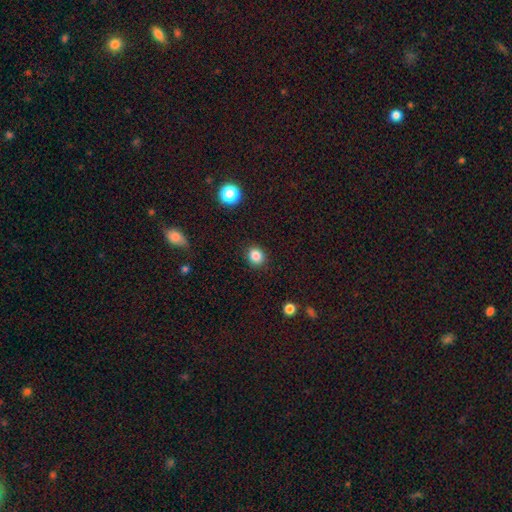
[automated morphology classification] Smooth or featured: smooth — 85% (star or artifact — 11%)
How rounded: round — 77% (in between — 22%)
Merging: none — 89% (minor disturbance — 7%)